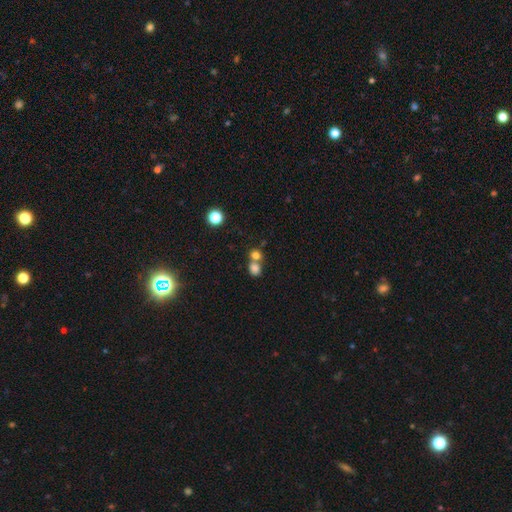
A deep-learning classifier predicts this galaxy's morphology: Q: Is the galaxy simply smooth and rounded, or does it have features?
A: smooth — 77%.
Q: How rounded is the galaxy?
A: round — 79%.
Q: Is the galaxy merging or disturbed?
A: merger — 49%.